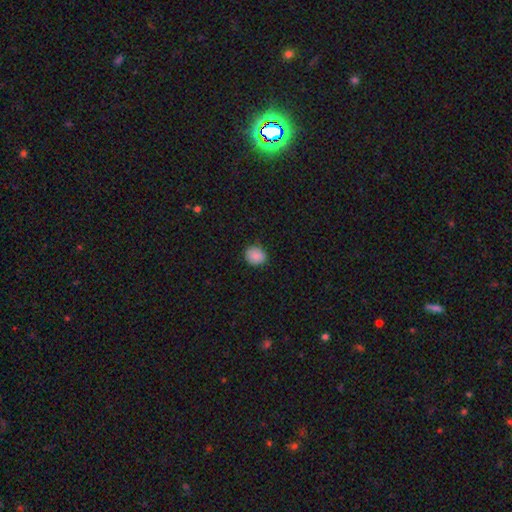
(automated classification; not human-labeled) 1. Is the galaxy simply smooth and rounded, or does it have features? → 87% smooth, 8% star or artifact, 5% featured or disk.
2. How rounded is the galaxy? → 72% round, 27% in between, 1% cigar-shaped.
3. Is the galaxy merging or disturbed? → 84% none, 13% minor disturbance, 2% major disturbance, 1% merger.